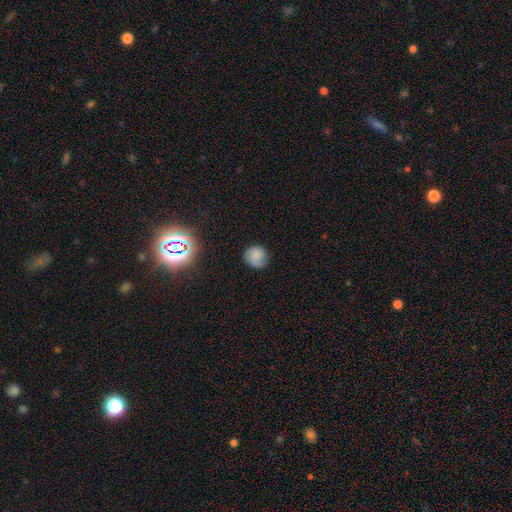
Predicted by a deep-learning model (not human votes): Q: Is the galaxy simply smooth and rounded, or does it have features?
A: smooth — 66%.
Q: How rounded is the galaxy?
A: round — 85%.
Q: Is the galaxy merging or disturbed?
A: none — 70%.